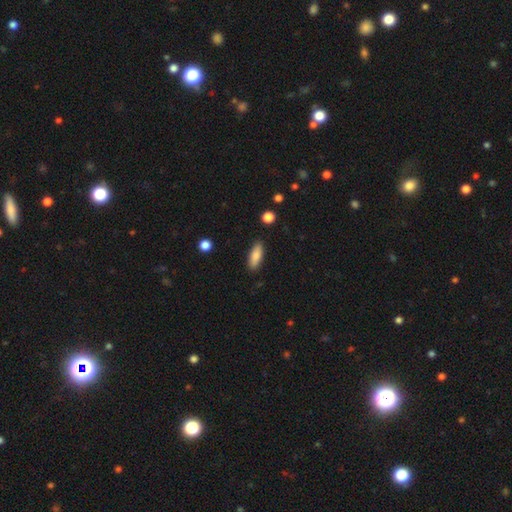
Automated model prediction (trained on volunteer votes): Smooth or featured? Predicted: smooth (p=0.82). How rounded? Predicted: in between (p=0.66). Merging? Predicted: none (p=0.87).